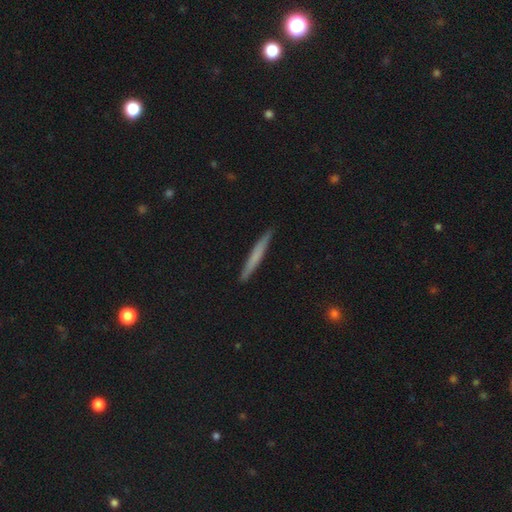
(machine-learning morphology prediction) smooth 59%, featured or disk 35%, star or artifact 6%. Down the decision tree: how rounded — cigar-shaped (96%); merging — none (90%).